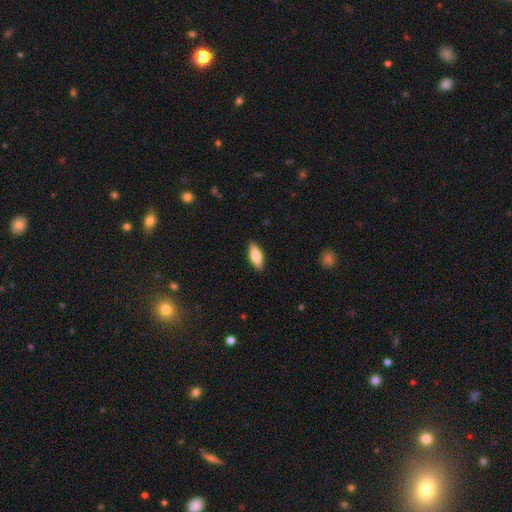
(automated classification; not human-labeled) The model was most divided on "smooth or featured": smooth: 67%, featured or disk: 27%, star or artifact: 6%. More confident: merging — none (88%); how rounded — in between (73%).